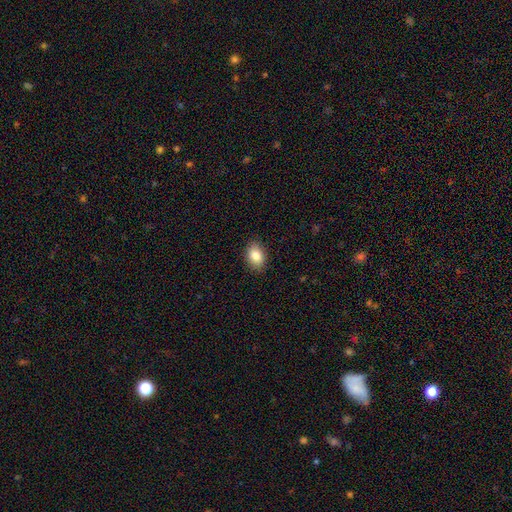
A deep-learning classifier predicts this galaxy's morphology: type=smooth (85%); roundness=in between (81%); merging=none (88%).